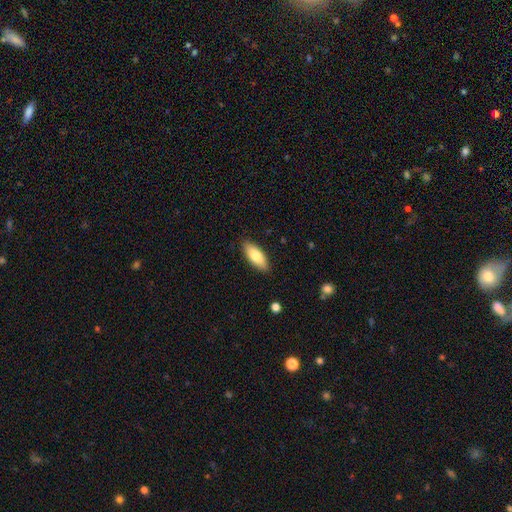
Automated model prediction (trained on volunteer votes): This appears to be a smooth galaxy with no disk features (81%) that is in between round and cigar-shaped (77%). Merging: none (88%).